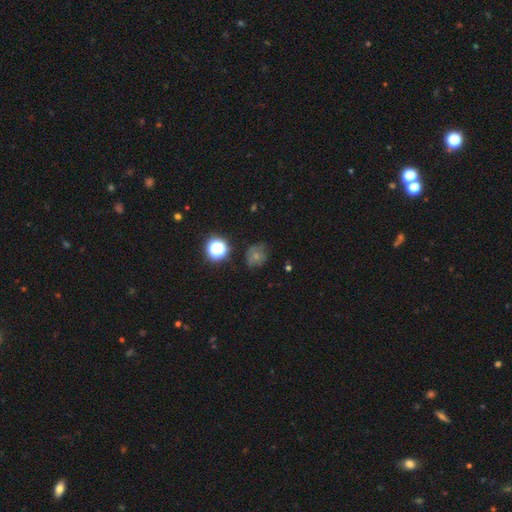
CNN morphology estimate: smooth_or_featured: smooth (p=0.58) [alt: star or artifact p=0.23]
how_rounded: round (p=0.77) [alt: in between p=0.22]
merging: none (p=0.63) [alt: minor disturbance p=0.25]